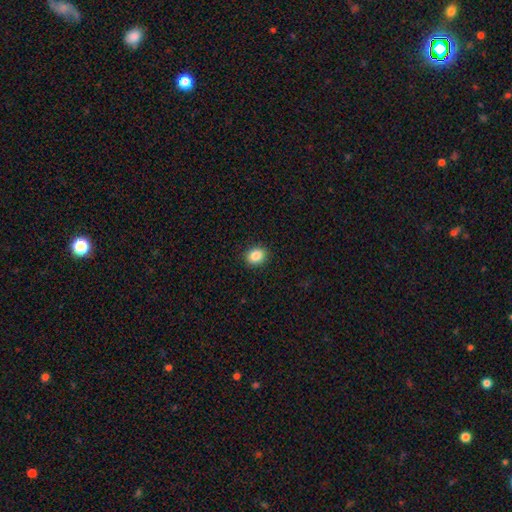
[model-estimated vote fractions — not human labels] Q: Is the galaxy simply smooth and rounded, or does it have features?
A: smooth — 87%.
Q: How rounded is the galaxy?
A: round — 63%.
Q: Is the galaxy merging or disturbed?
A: none — 90%.